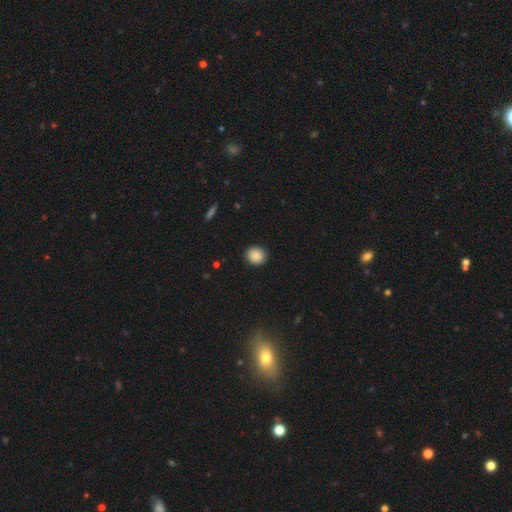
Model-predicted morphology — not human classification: Smooth or featured: smooth — 88% (star or artifact — 9%)
How rounded: round — 82% (in between — 17%)
Merging: none — 90% (minor disturbance — 7%)